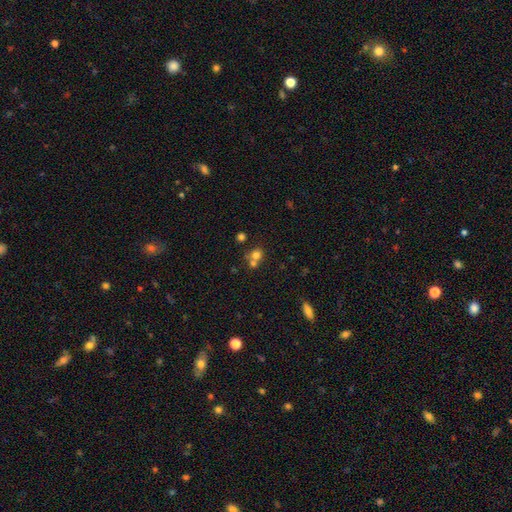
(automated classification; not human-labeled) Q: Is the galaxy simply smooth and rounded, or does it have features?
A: smooth — 71%.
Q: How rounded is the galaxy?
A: round — 81%.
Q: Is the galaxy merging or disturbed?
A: merger — 48%.